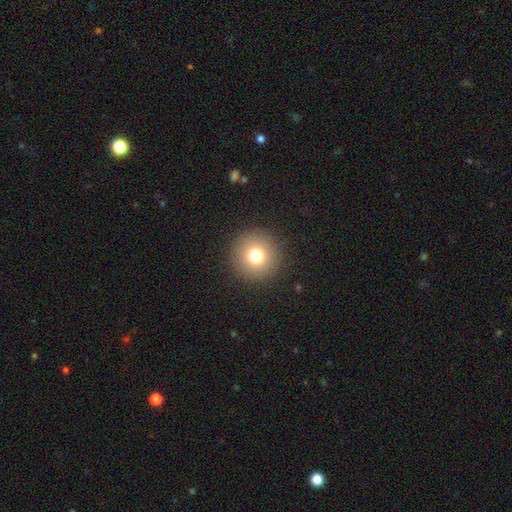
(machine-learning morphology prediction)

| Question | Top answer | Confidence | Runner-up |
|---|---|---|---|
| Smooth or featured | smooth | 78% | star or artifact (12%) |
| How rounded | round | 96% | in between (3%) |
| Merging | none | 92% | minor disturbance (5%) |